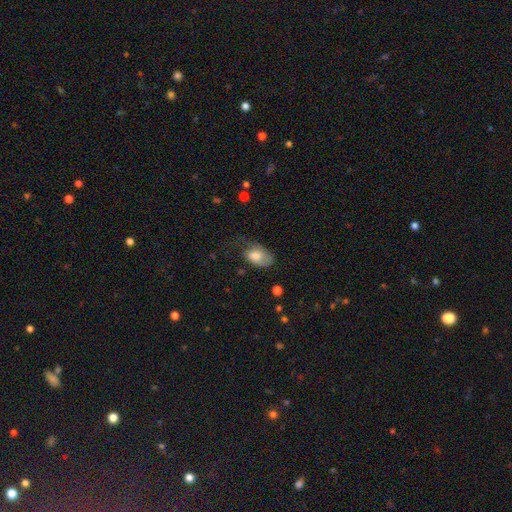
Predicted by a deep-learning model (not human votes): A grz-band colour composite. It shows a smooth galaxy with no disk features (71%) that is in between round and cigar-shaped (90%). Merging: none (35%).